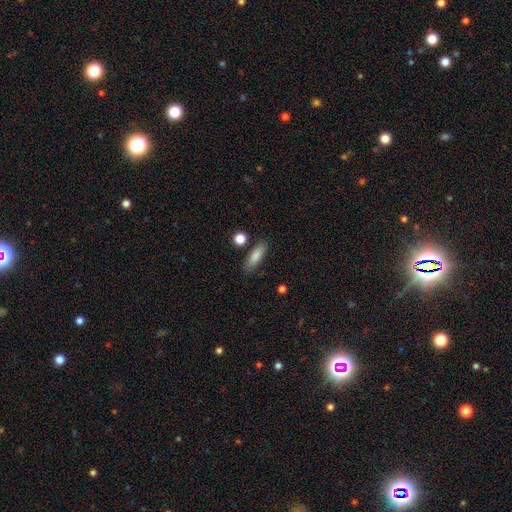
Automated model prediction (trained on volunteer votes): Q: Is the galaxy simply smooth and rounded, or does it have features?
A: smooth — 83%.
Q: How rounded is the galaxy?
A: in between — 55%.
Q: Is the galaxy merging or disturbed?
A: none — 82%.